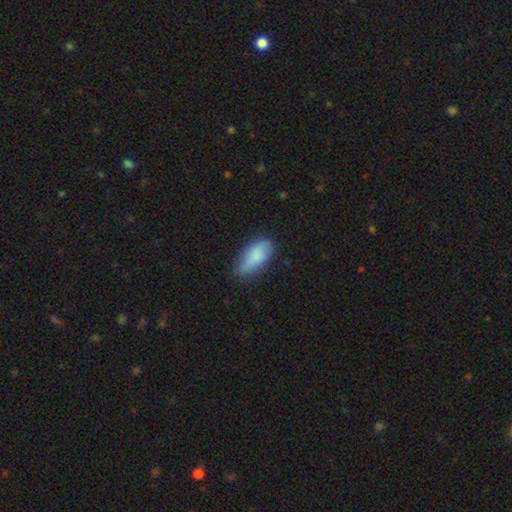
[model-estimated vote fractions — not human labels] A smooth galaxy with no disk features (84%) that is in between round and cigar-shaped (84%). Merging: none (71%).